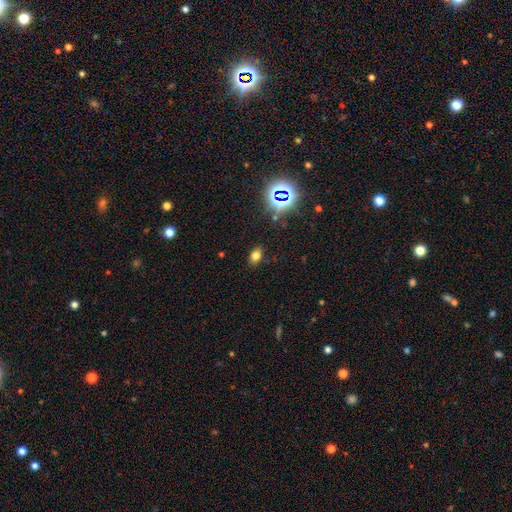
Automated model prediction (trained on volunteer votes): smooth-or-featured: smooth: 70% | star or artifact: 21% | featured or disk: 8%
  how-rounded: in between: 81% | round: 18% | cigar-shaped: 2%
  merging: none: 85% | minor disturbance: 10% | major disturbance: 3% | merger: 2%